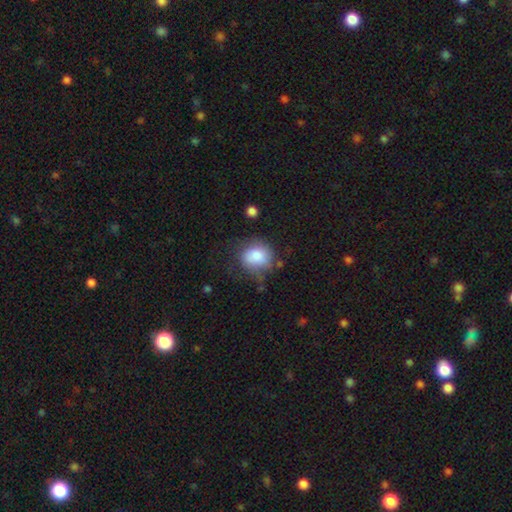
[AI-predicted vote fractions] smooth 81%, featured or disk 11%, star or artifact 8%. Down the decision tree: how rounded — round (68%); merging — none (57%).